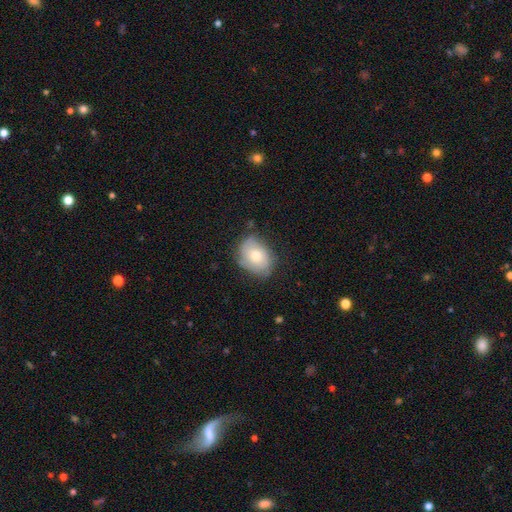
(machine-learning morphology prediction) This appears to be a smooth galaxy with no disk features (66%) that is in between round and cigar-shaped (71%). Merging: none (67%).